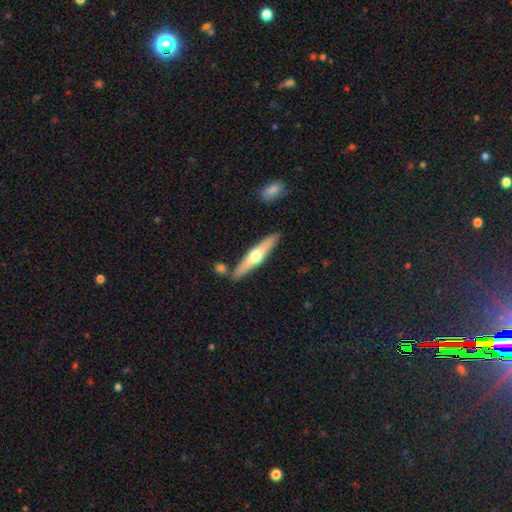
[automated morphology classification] A featured or disk galaxy (55%) viewed edge-on (92%) with a rounded central bulge (91%). Merging: none (83%).